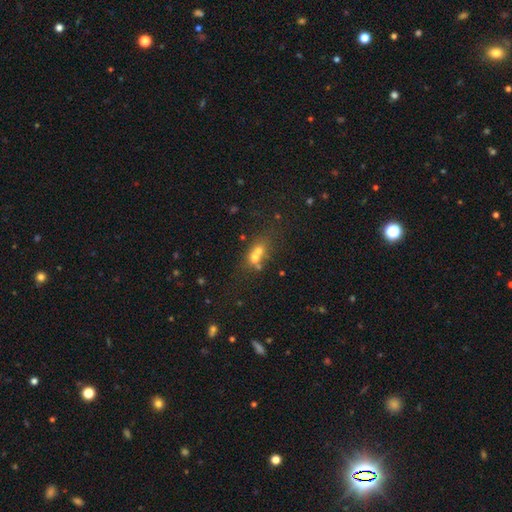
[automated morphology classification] A smooth galaxy with no disk features (54%) that is round (53%). Merging: merger (53%).